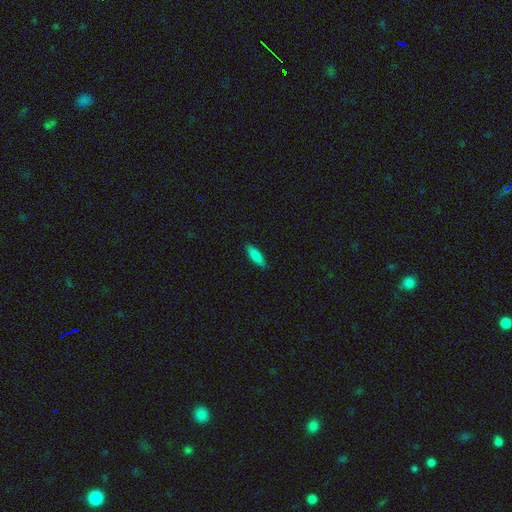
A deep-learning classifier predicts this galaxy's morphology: The model was most divided on "how rounded" (2-way tie): cigar-shaped: 49%, in between: 49%, round: 2%. More confident: merging — none (85%); smooth or featured — smooth (84%).